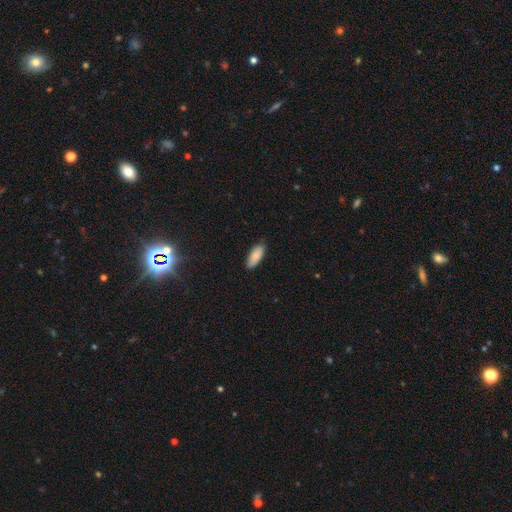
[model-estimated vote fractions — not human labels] Q: Smooth or featured?
A: smooth (88%); runner-up: star or artifact (6%)
Q: How rounded?
A: in between (77%); runner-up: cigar-shaped (21%)
Q: Merging?
A: none (83%); runner-up: minor disturbance (14%)